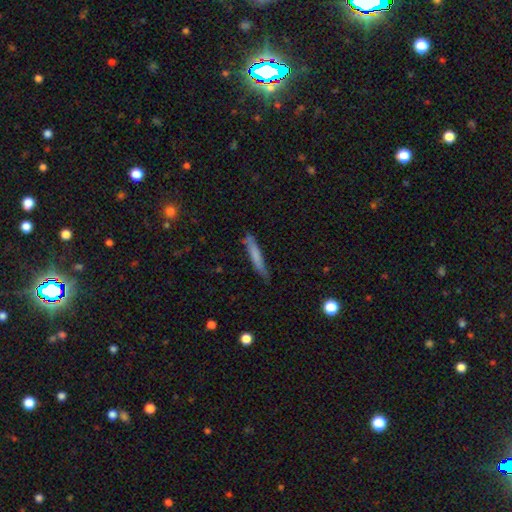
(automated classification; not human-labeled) Smooth or featured?
  - smooth: 72% *
  - featured or disk: 22%
  - star or artifact: 6%
How rounded?
  - cigar-shaped: 93% *
  - in between: 6%
  - round: 1%
Merging?
  - none: 72% *
  - minor disturbance: 21%
  - major disturbance: 4%
  - merger: 3%